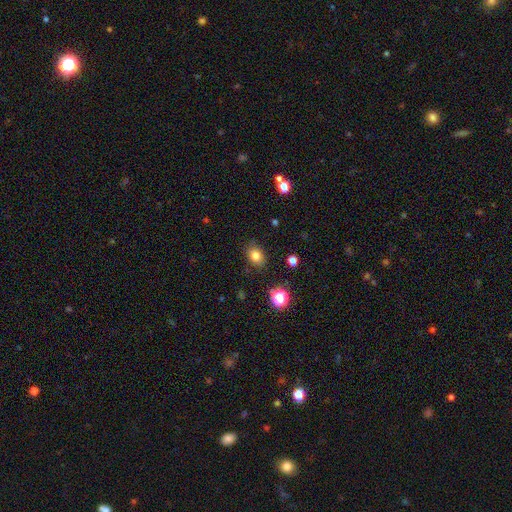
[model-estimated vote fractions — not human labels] smooth-or-featured: smooth: 81% | star or artifact: 13% | featured or disk: 7%
  how-rounded: in between: 58% | round: 41% | cigar-shaped: 1%
  merging: none: 82% | minor disturbance: 13% | major disturbance: 3% | merger: 2%